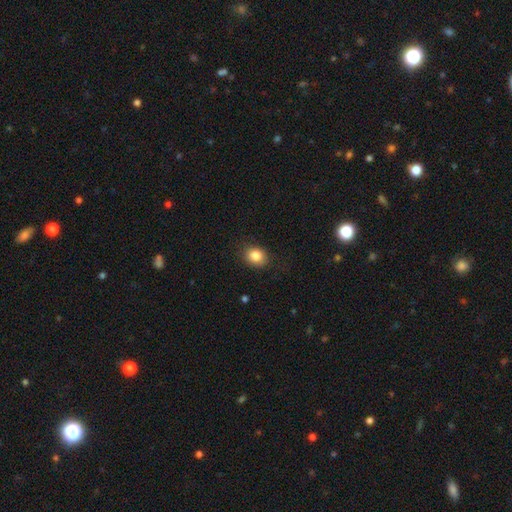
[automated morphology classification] Smooth or featured? Predicted: smooth (p=0.85). How rounded? Predicted: round (p=0.55). Merging? Predicted: none (p=0.84).